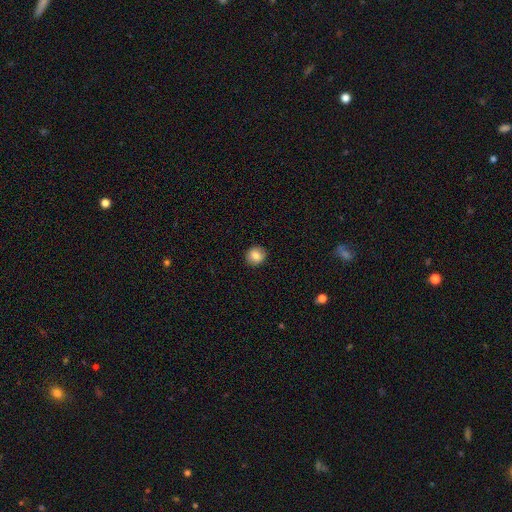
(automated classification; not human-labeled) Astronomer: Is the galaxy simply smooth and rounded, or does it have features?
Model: smooth — 83%.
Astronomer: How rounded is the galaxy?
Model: round — 89%.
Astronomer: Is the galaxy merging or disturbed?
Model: none — 91%.